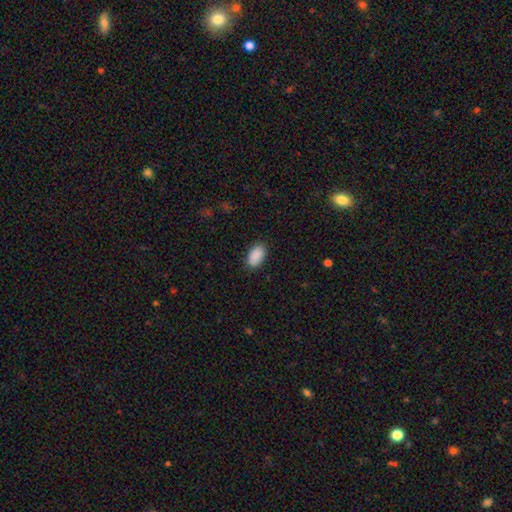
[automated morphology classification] Smooth or featured: smooth — 91% (star or artifact — 7%)
How rounded: in between — 94% (round — 5%)
Merging: none — 87% (minor disturbance — 10%)